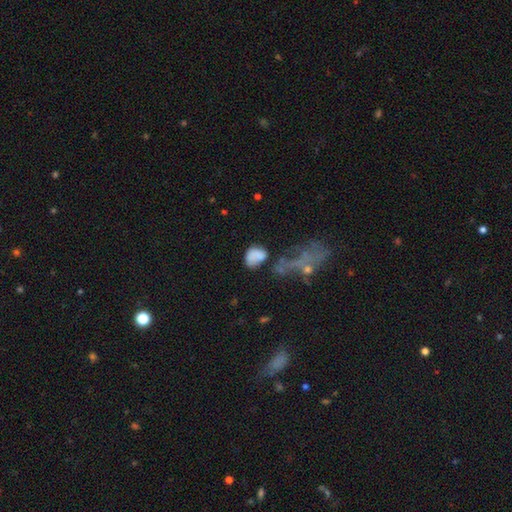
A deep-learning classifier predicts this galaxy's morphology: Smooth or featured? Predicted: smooth (p=0.73). How rounded? Predicted: in between (p=0.73). Merging? Predicted: none (p=0.34).